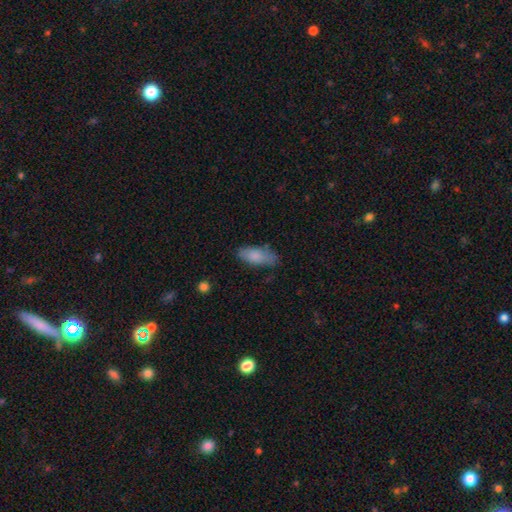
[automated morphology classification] type=smooth (83%); roundness=in between (81%); merging=none (69%).